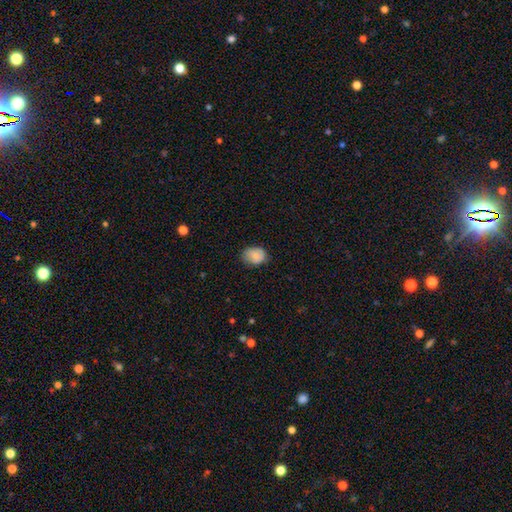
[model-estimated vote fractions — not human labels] This is clearly a smooth galaxy (83%). How rounded: possibly in between (58%). Merging: likely none (71%).